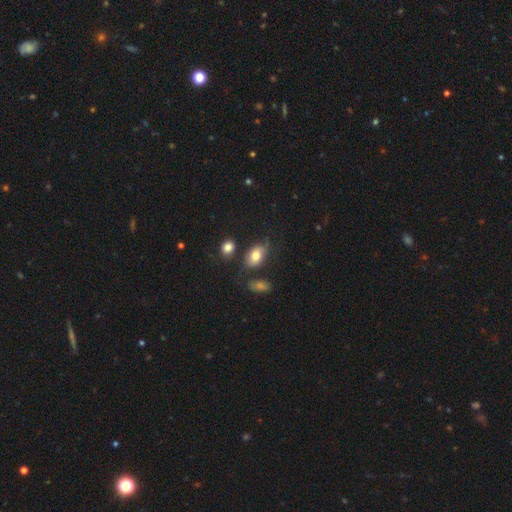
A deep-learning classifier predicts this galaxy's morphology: Smooth or featured?
  - smooth: 77% *
  - featured or disk: 14%
  - star or artifact: 9%
How rounded?
  - in between: 85% *
  - round: 13%
  - cigar-shaped: 2%
Merging?
  - none: 62% *
  - minor disturbance: 22%
  - merger: 8%
  - major disturbance: 8%